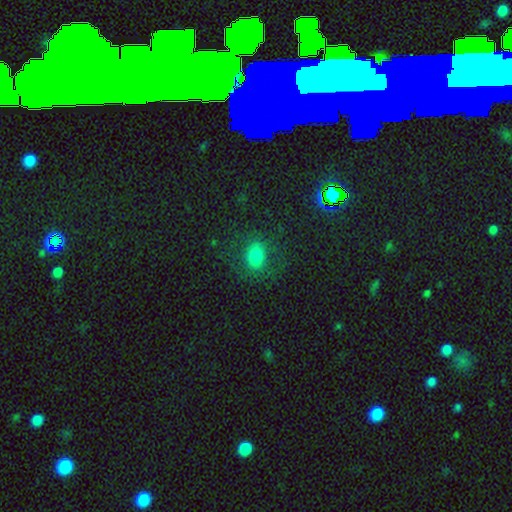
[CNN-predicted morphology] smooth-or-featured: smooth: 63% | star or artifact: 21% | featured or disk: 16%
  how-rounded: round: 55% | in between: 44% | cigar-shaped: 2%
  merging: none: 76% | minor disturbance: 13% | major disturbance: 9% | merger: 2%